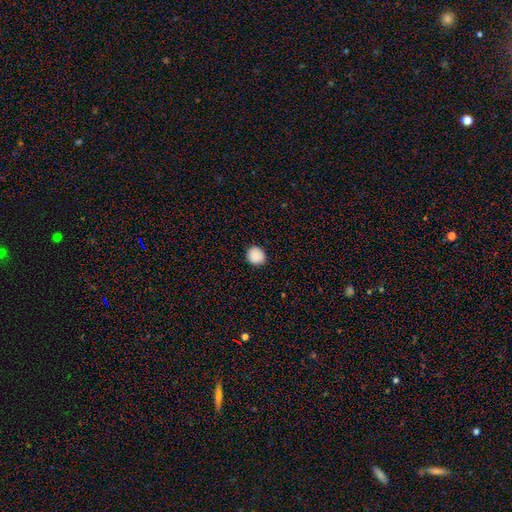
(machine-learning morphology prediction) smooth-or-featured: smooth: 89% | star or artifact: 8% | featured or disk: 3%
  how-rounded: round: 83% | in between: 16% | cigar-shaped: 1%
  merging: none: 90% | minor disturbance: 7% | major disturbance: 2% | merger: 1%